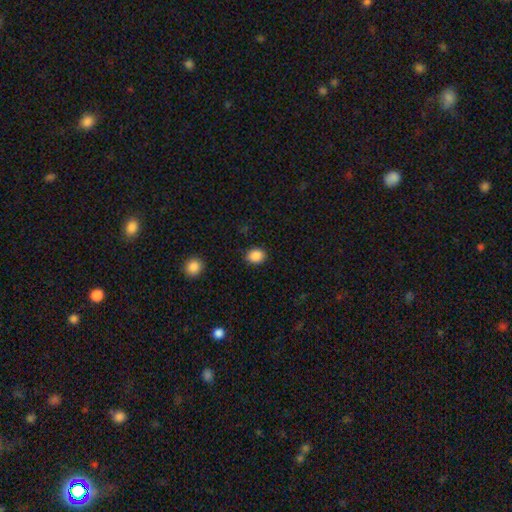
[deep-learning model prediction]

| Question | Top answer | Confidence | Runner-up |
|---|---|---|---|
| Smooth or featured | smooth | 88% | star or artifact (9%) |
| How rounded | round | 54% | in between (45%) |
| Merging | none | 86% | minor disturbance (10%) |